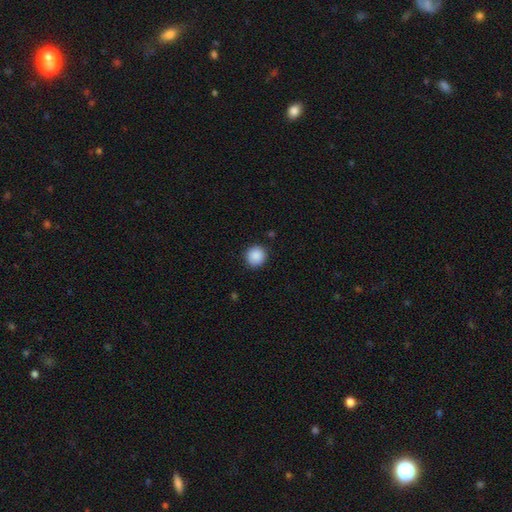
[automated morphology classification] Smooth or featured: smooth — 89% (star or artifact — 8%)
How rounded: round — 92% (in between — 7%)
Merging: none — 91% (minor disturbance — 6%)